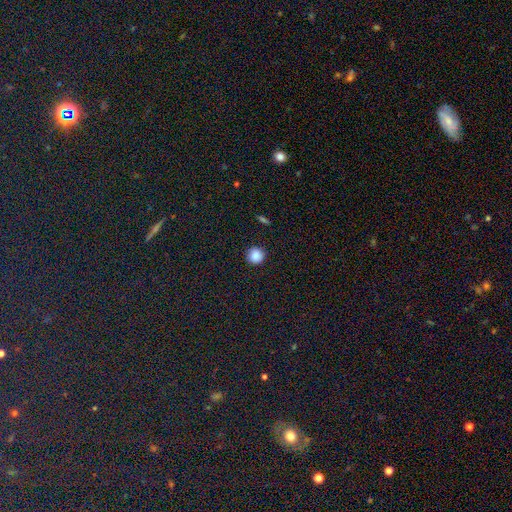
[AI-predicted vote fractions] Smooth or featured? Predicted: smooth (p=0.87). How rounded? Predicted: round (p=0.95). Merging? Predicted: none (p=0.90).